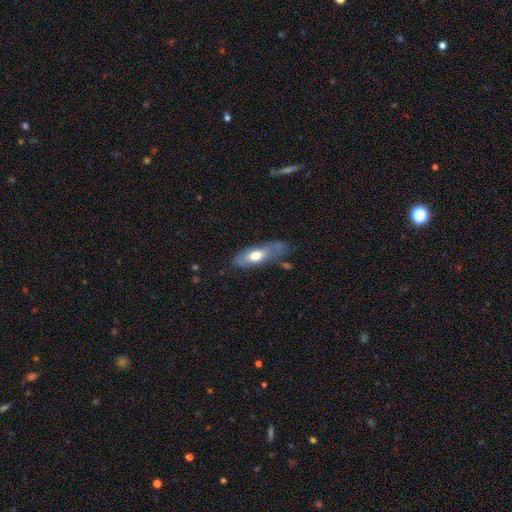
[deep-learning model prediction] Smooth or featured? Predicted: smooth (p=0.58). How rounded? Predicted: in between (p=0.67). Merging? Predicted: none (p=0.51).